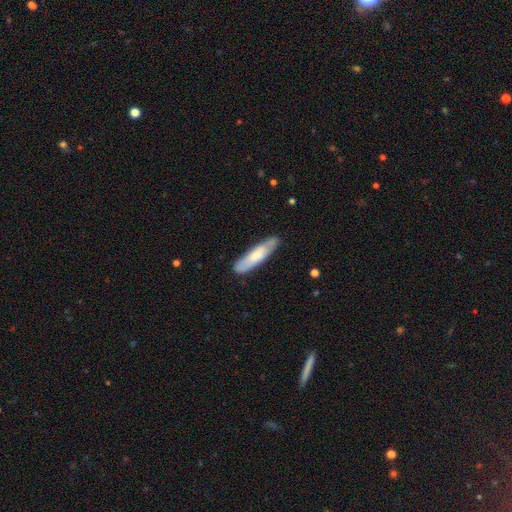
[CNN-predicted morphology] Smooth or featured: smooth — 68% (featured or disk — 27%)
How rounded: cigar-shaped — 77% (in between — 21%)
Merging: none — 82% (minor disturbance — 15%)